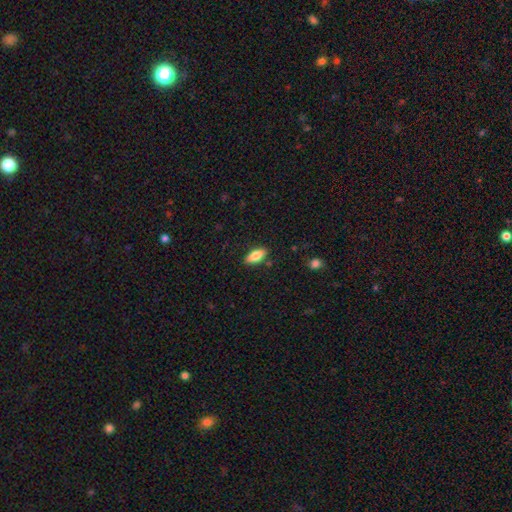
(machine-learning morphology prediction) type=smooth (78%); roundness=in between (83%); merging=none (87%).